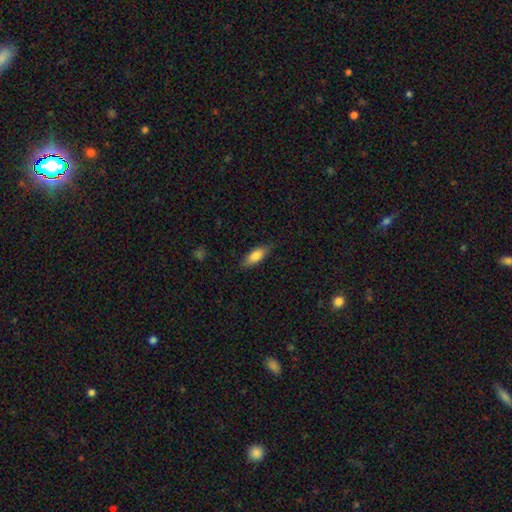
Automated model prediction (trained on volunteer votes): The model was most divided on "how rounded": in between: 73%, cigar-shaped: 25%, round: 2%. More confident: smooth or featured — smooth (80%); merging — none (77%).